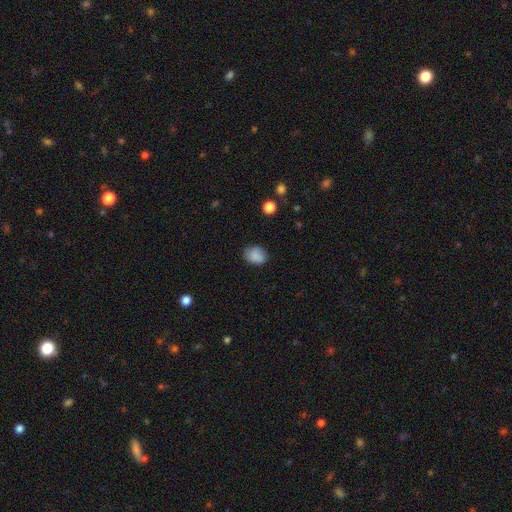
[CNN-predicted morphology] smooth-or-featured: smooth: 85% | star or artifact: 9% | featured or disk: 6%
  how-rounded: in between: 57% | round: 42% | cigar-shaped: 1%
  merging: none: 75% | minor disturbance: 19% | major disturbance: 4% | merger: 1%